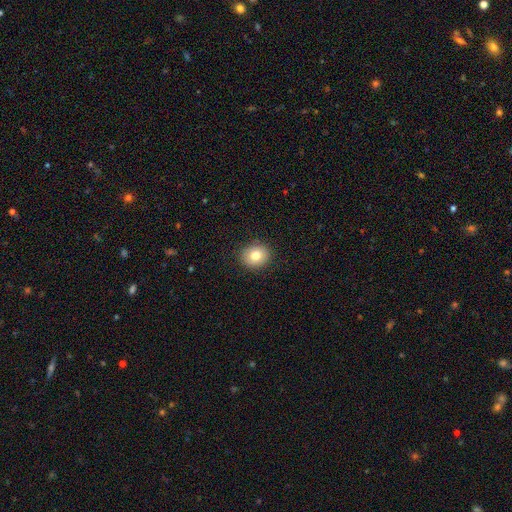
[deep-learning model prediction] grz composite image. It shows a smooth galaxy with no disk features (79%) that is round (66%). Merging: none (89%).